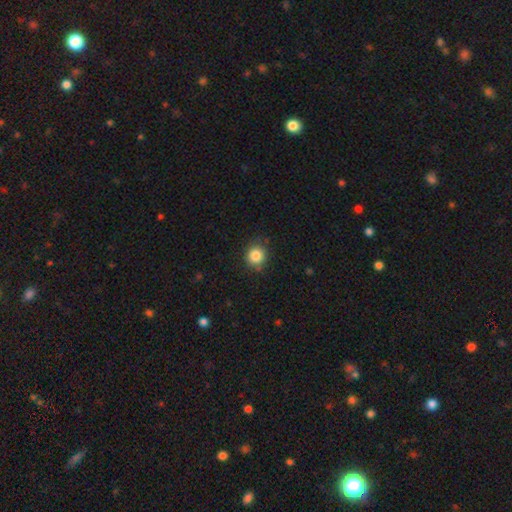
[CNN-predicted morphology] This appears to be a smooth galaxy with no disk features (85%) that is round (90%). Merging: none (85%).